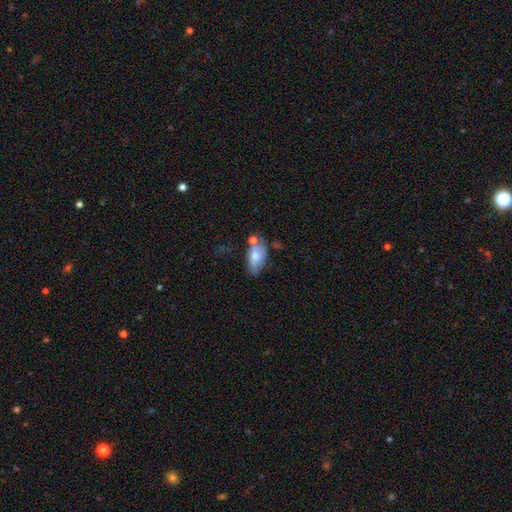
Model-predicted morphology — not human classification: Smooth or featured? smooth (71%)
How rounded? in between (91%)
Merging? none (51%)